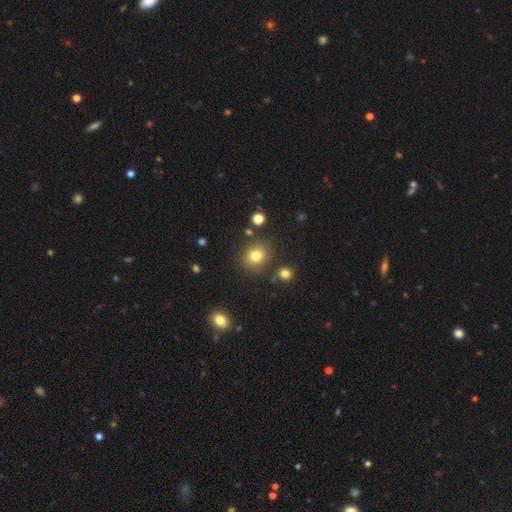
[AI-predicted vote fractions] Morphology: type=smooth (78%); roundness=round (76%); merging=none (82%).